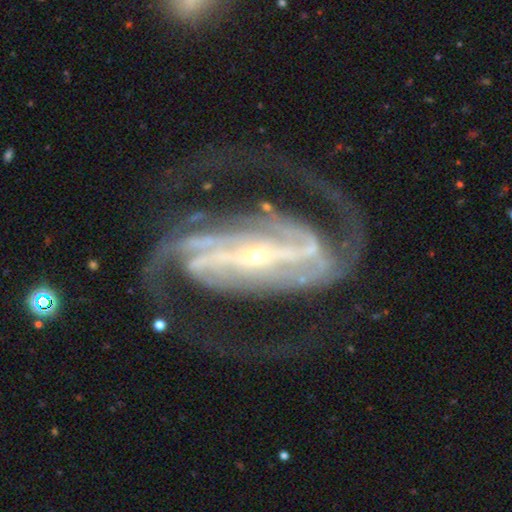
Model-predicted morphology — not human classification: featured or disk 93%, star or artifact 5%, smooth 3%. Down the decision tree: edge-on disk — no (96%); bar — strong (76%); spiral arms — yes (98%); spiral arm count — 2 (77%); spiral winding — medium (54%); bulge size — small (82%); merging — none (63%).